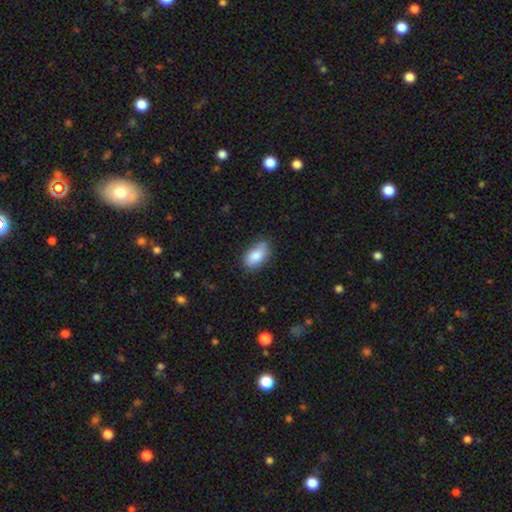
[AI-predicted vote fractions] Smooth or featured: smooth — 84% (featured or disk — 10%)
How rounded: in between — 92% (round — 5%)
Merging: none — 71% (minor disturbance — 23%)